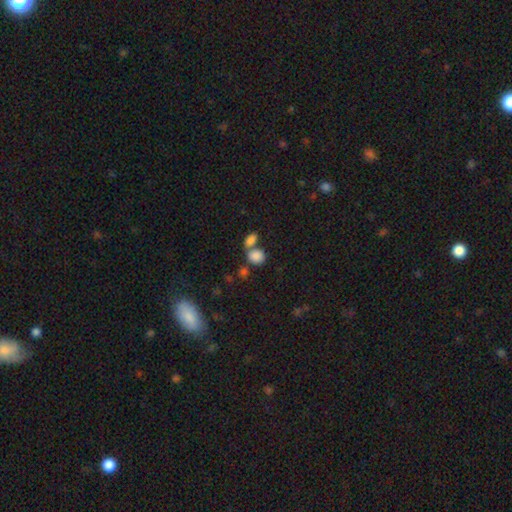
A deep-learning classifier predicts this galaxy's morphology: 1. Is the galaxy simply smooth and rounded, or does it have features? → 84% smooth, 10% star or artifact, 6% featured or disk.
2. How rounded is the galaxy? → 53% in between, 45% round, 2% cigar-shaped.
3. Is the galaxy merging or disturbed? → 48% merger, 38% none, 9% minor disturbance, 4% major disturbance.